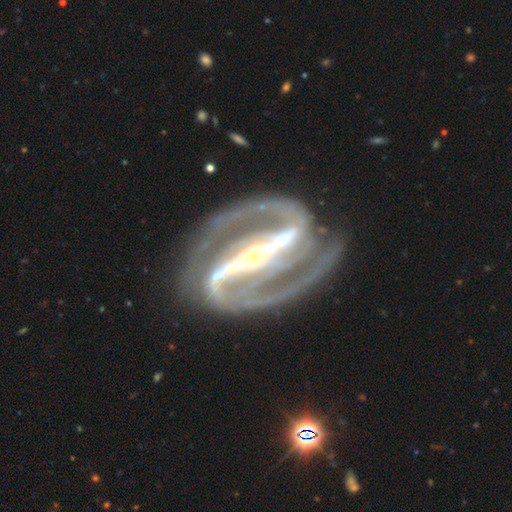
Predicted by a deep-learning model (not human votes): This is clearly a featured or disk galaxy (93%). It is clearly not viewed edge-on (96%). Bar: clearly strong (89%). Spiral arm pattern: clearly yes (98%). Spiral arm count: clearly 2 (92%). Spiral winding: possibly medium (49%). Central bulge: clearly small (82%). Merging: likely none (78%).